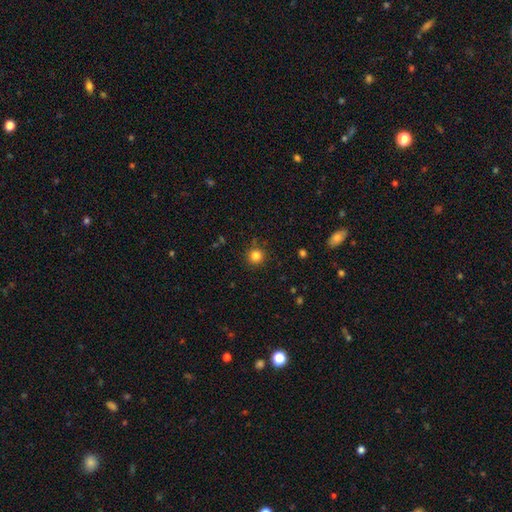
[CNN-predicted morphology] type=smooth (82%); roundness=round (94%); merging=none (87%).